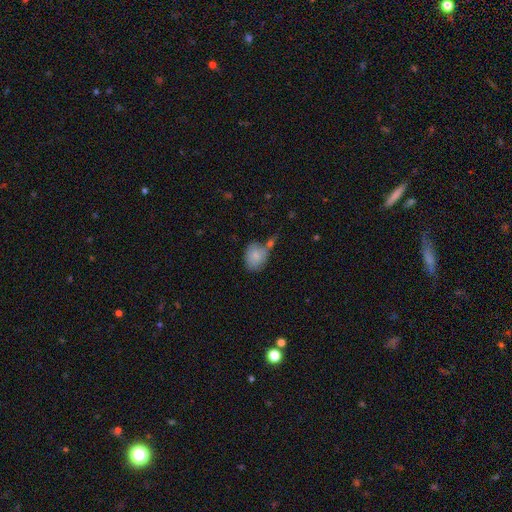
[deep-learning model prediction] Morphology: type=smooth (82%); roundness=in between (55%); merging=none (52%).